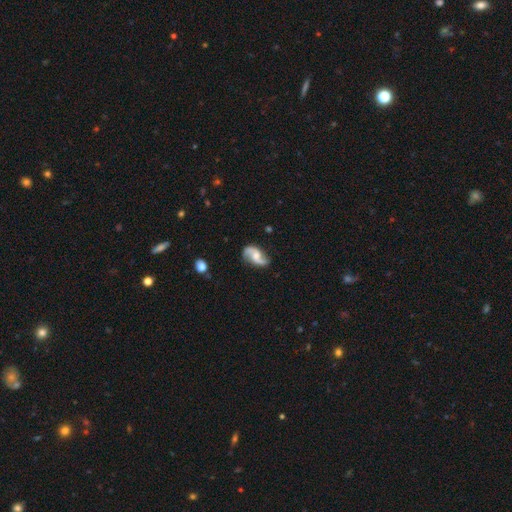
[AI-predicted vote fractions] Smooth or featured? featured or disk (87%)
Edge-on disk? no (97%)
Bar? no (53%)
Spiral arms? yes (97%)
Spiral winding? loose (66%)
Spiral arm count? 2 (94%)
Bulge size? moderate (56%)
Merging? none (78%)